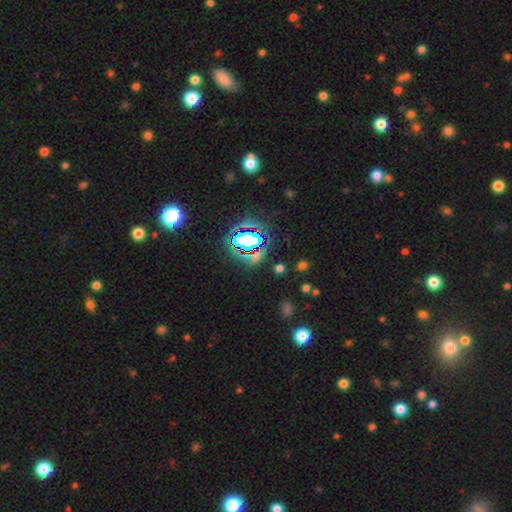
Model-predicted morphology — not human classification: This is likely a star or artifact rather than a galaxy (64%).